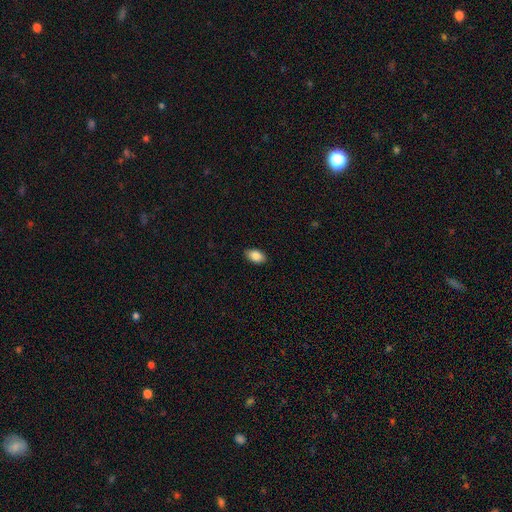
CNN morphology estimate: smooth 88%, star or artifact 7%, featured or disk 5%. Down the decision tree: how rounded — in between (93%); merging — none (88%).